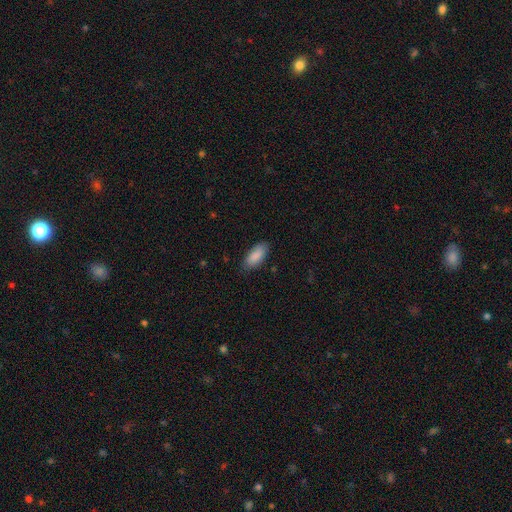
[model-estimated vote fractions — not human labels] Smooth or featured? smooth (88%)
How rounded? in between (86%)
Merging? none (83%)